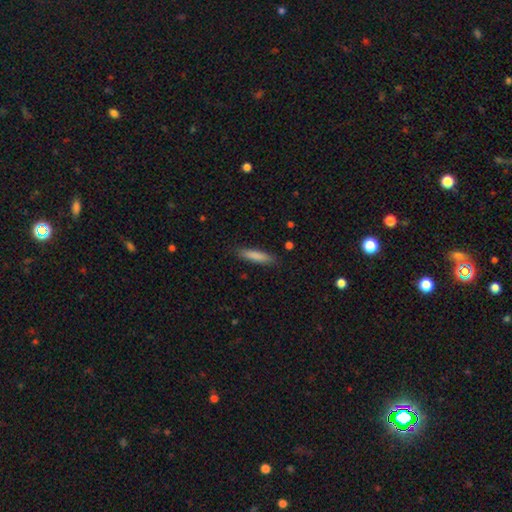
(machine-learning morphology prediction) smooth_or_featured: smooth (p=0.84) [alt: featured or disk p=0.10]
how_rounded: cigar-shaped (p=0.79) [alt: in between p=0.19]
merging: none (p=0.86) [alt: minor disturbance p=0.11]